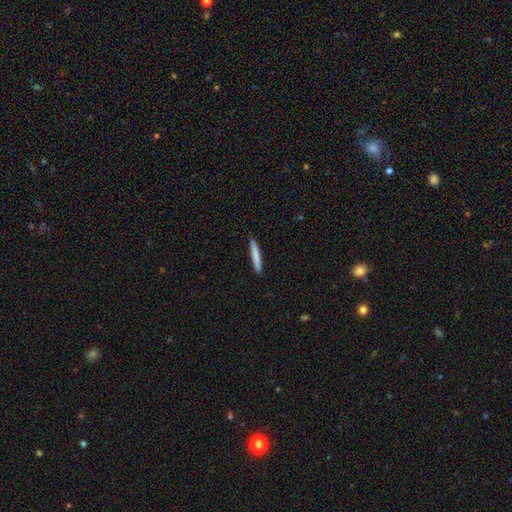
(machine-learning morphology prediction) Smooth or featured?
  - smooth: 79% *
  - featured or disk: 16%
  - star or artifact: 6%
How rounded?
  - cigar-shaped: 96% *
  - in between: 3%
  - round: 1%
Merging?
  - none: 91% *
  - minor disturbance: 7%
  - major disturbance: 1%
  - merger: 1%